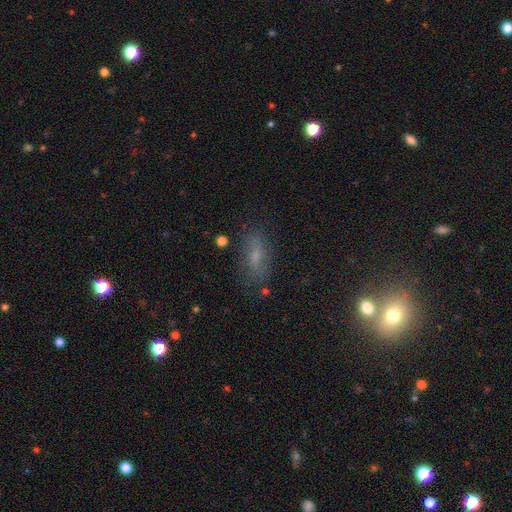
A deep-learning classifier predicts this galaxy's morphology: Smooth or featured?
  - smooth: 50% *
  - featured or disk: 30%
  - star or artifact: 20%
Merging?
  - none: 73% *
  - minor disturbance: 17%
  - major disturbance: 7%
  - merger: 3%